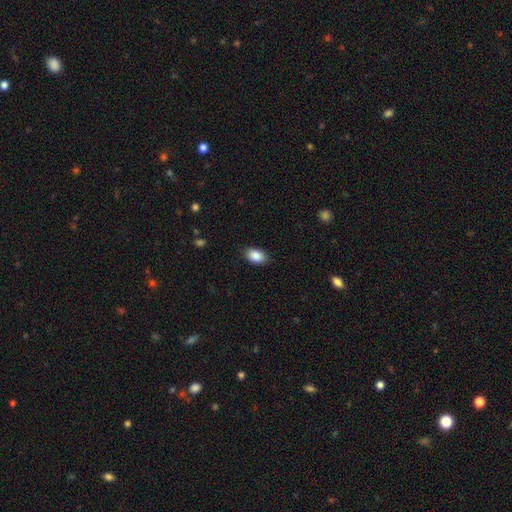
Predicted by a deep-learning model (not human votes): This is clearly a smooth galaxy (88%). How rounded: clearly in between (89%). Merging: clearly none (87%).